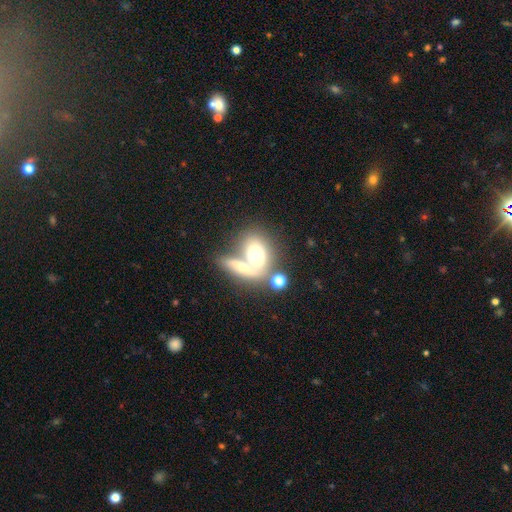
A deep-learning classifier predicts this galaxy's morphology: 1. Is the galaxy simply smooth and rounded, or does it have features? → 59% smooth, 32% featured or disk, 9% star or artifact.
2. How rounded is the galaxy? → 68% in between, 25% round, 7% cigar-shaped.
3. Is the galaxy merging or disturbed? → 60% merger, 24% none, 8% major disturbance, 8% minor disturbance.